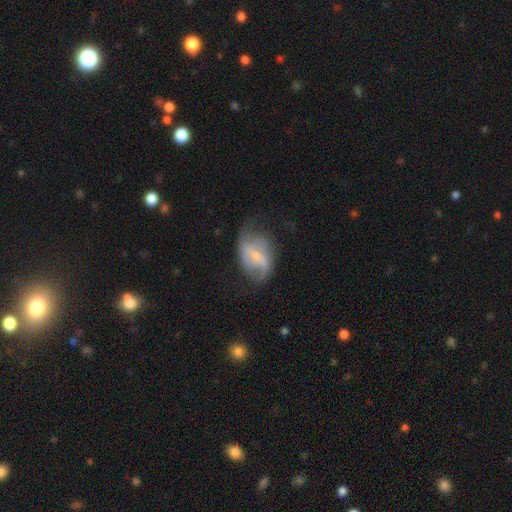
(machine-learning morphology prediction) smooth-or-featured: featured or disk: 70% | smooth: 22% | star or artifact: 7%
  disk-edge-on: no: 96% | yes: 4%
    bar: weak: 47% | no: 34% | strong: 20%
    has-spiral-arms: yes: 85% | no: 15%
      spiral-winding: loose: 55% | medium: 34% | tight: 11%
      spiral-arm-count: 2: 72% | can't tell: 13% | 1: 9% | 3: 4% | 4: 1% | more than 4: 1%
    bulge-size: small: 64% | moderate: 29% | none: 5% | large: 2% | dominant: 1%
  merging: none: 50% | minor disturbance: 27% | major disturbance: 21% | merger: 2%